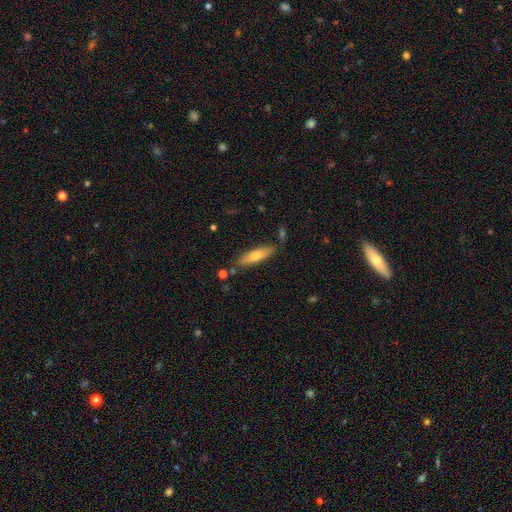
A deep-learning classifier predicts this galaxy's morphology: A smooth galaxy with no disk features (67%) that is cigar-shaped (72%).

Vote fractions:
- Smooth or featured? smooth: 67% / featured or disk: 27% / star or artifact: 6%
- How rounded? cigar-shaped: 72% / in between: 27% / round: 2%
- Merging? none: 81% / minor disturbance: 12% / merger: 4% / major disturbance: 2%